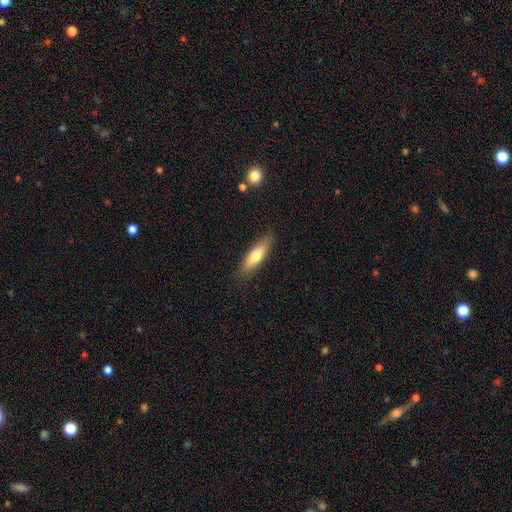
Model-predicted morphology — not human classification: Smooth or featured: smooth — 72% (featured or disk — 22%)
How rounded: cigar-shaped — 56% (in between — 42%)
Merging: none — 85% (minor disturbance — 11%)